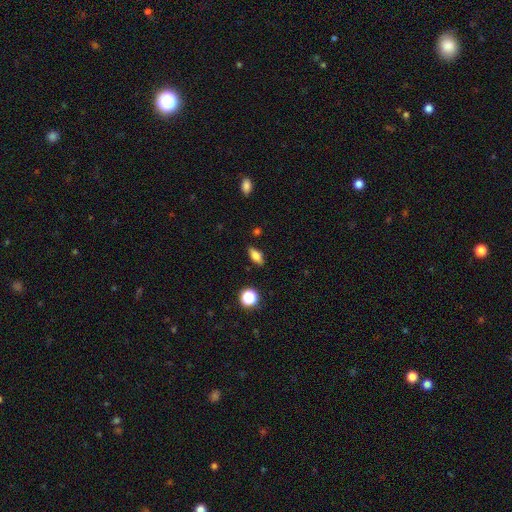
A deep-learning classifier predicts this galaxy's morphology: A smooth galaxy with no disk features (74%) that is in between round and cigar-shaped (78%).

Vote fractions:
- Smooth or featured? smooth: 74% / featured or disk: 16% / star or artifact: 10%
- How rounded? in between: 78% / cigar-shaped: 14% / round: 7%
- Merging? none: 86% / minor disturbance: 10% / major disturbance: 2% / merger: 2%